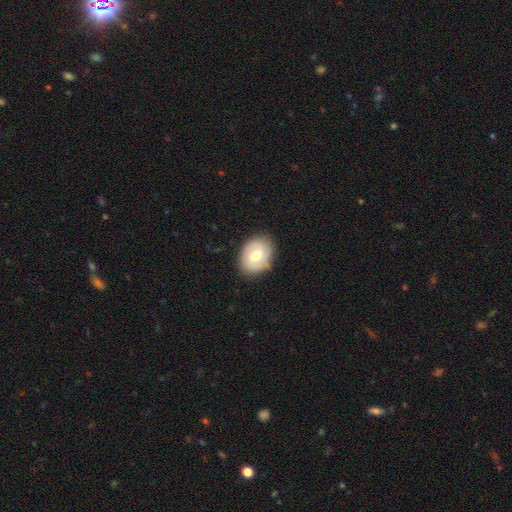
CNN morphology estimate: A smooth galaxy with no disk features (59%) that is in between round and cigar-shaped (66%).

Vote fractions:
- Smooth or featured? smooth: 59% / featured or disk: 35% / star or artifact: 7%
- How rounded? in between: 66% / round: 33% / cigar-shaped: 1%
- Merging? none: 83% / minor disturbance: 13% / major disturbance: 3% / merger: 1%